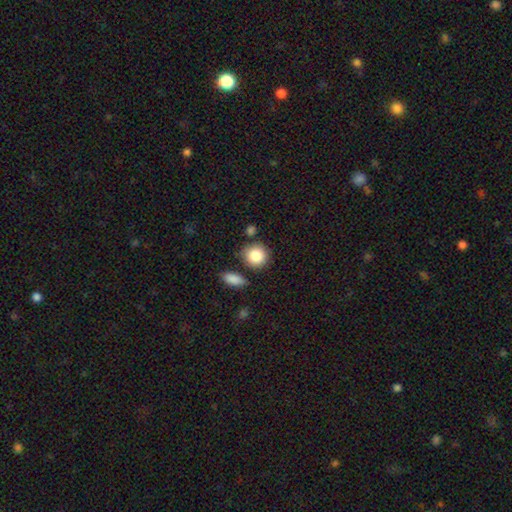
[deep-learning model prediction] Q: Smooth or featured?
A: smooth (86%); runner-up: star or artifact (8%)
Q: How rounded?
A: round (85%); runner-up: in between (14%)
Q: Merging?
A: none (74%); runner-up: minor disturbance (14%)